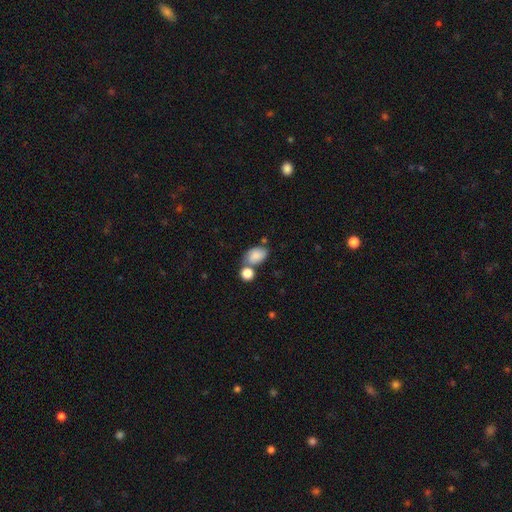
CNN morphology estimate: A smooth galaxy with no disk features (83%) that is in between round and cigar-shaped (82%).

Vote fractions:
- Smooth or featured? smooth: 83% / featured or disk: 9% / star or artifact: 8%
- How rounded? in between: 82% / round: 17% / cigar-shaped: 1%
- Merging? none: 47% / merger: 31% / minor disturbance: 16% / major disturbance: 6%